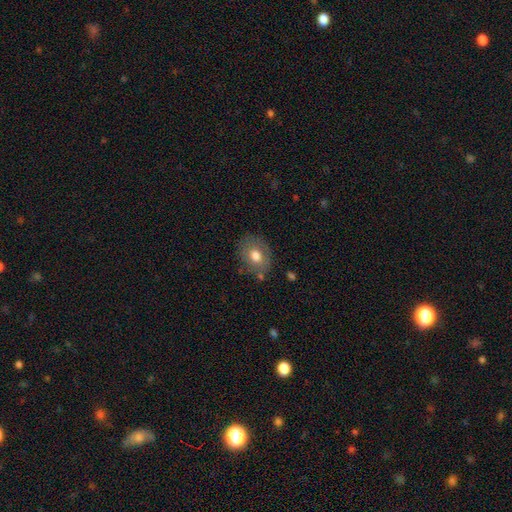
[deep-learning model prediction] Q: Smooth or featured?
A: smooth (71%); runner-up: featured or disk (21%)
Q: How rounded?
A: in between (63%); runner-up: round (36%)
Q: Merging?
A: none (74%); runner-up: minor disturbance (17%)